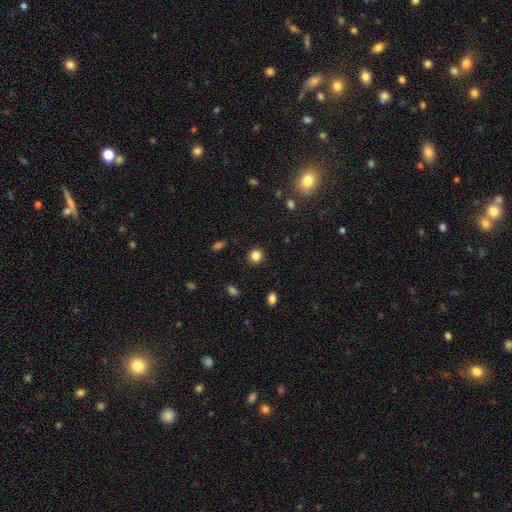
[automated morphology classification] Smooth or featured: smooth — 84% (star or artifact — 12%)
How rounded: round — 84% (in between — 15%)
Merging: none — 90% (minor disturbance — 6%)